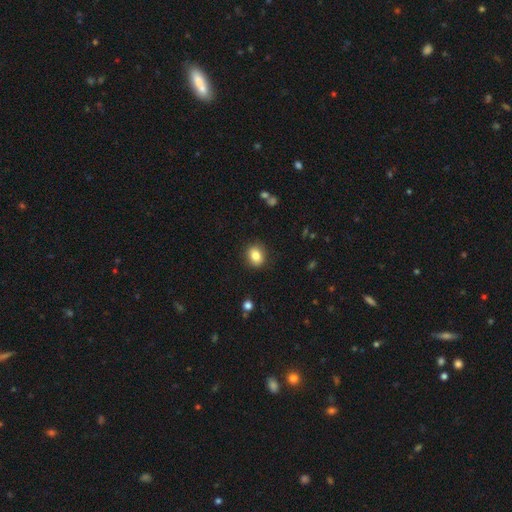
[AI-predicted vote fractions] smooth 84%, star or artifact 9%, featured or disk 7%. Down the decision tree: how rounded — round (54%); merging — none (88%).